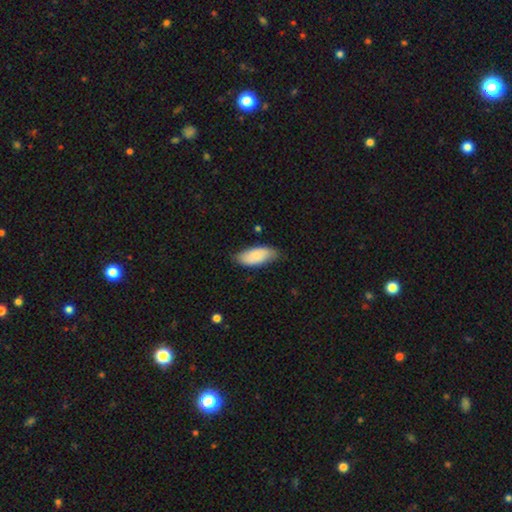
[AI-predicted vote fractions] This is clearly a smooth galaxy (83%). How rounded: clearly in between (86%). Merging: likely none (75%).